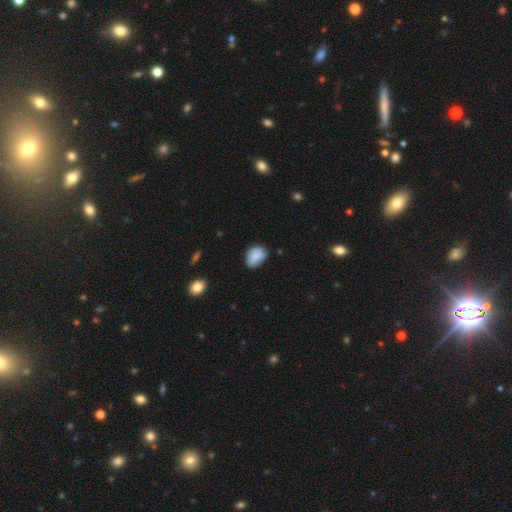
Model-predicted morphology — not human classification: smooth-or-featured: smooth: 80% | featured or disk: 12% | star or artifact: 8%
  how-rounded: in between: 72% | round: 27% | cigar-shaped: 1%
  merging: none: 69% | minor disturbance: 25% | major disturbance: 4% | merger: 2%